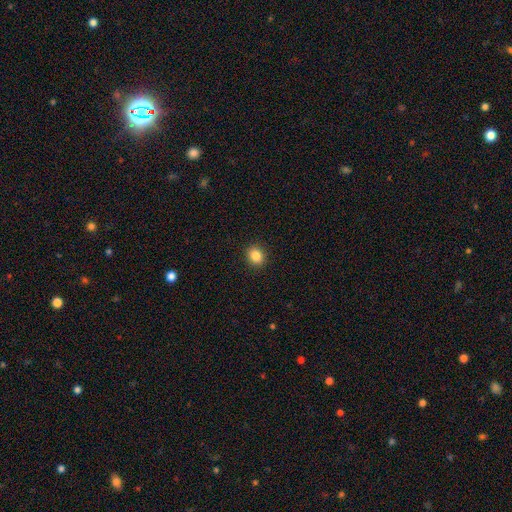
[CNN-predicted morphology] This is clearly a smooth galaxy (85%). How rounded: likely round (70%). Merging: clearly none (92%).